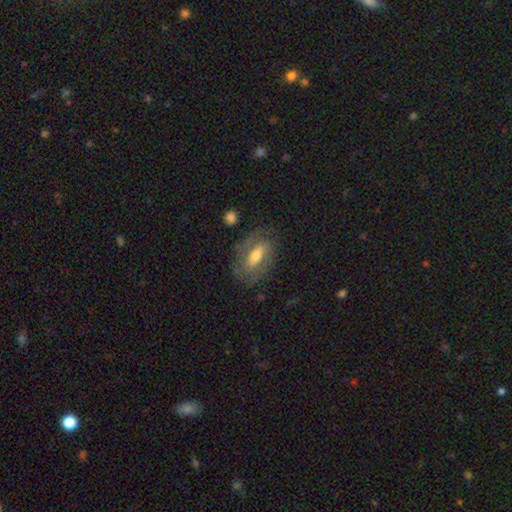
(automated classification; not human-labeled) smooth_or_featured: featured or disk (p=0.62) [alt: smooth p=0.32]
disk_edge_on: no (p=0.89) [alt: yes p=0.11]
bar: weak (p=0.39) [alt: strong p=0.32]
has_spiral_arms: yes (p=0.74) [alt: no p=0.26]
bulge_size: moderate (p=0.61) [alt: small p=0.22]
merging: none (p=0.72) [alt: minor disturbance p=0.17]